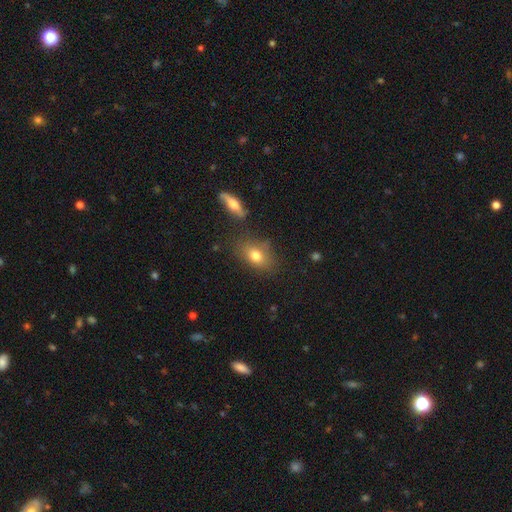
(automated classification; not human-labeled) Smooth or featured: smooth — 76% (featured or disk — 14%)
How rounded: in between — 76% (round — 21%)
Merging: none — 73% (minor disturbance — 15%)